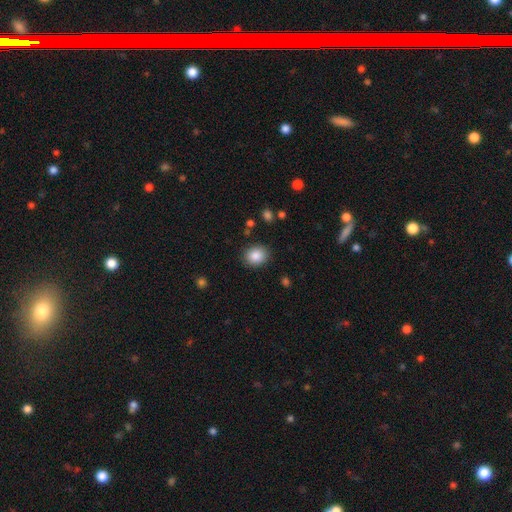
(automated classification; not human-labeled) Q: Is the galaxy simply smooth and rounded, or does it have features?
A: smooth — 86%.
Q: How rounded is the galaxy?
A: round — 66%.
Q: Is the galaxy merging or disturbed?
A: none — 87%.